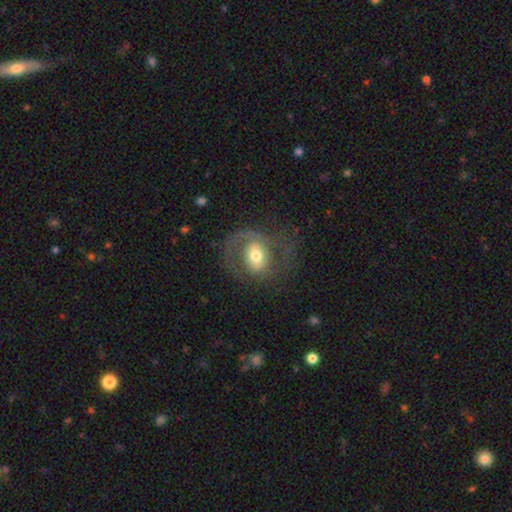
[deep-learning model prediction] The model was most divided on "bar": no: 44%, weak: 36%, strong: 20%. More confident: edge-on disk — no (96%); bulge size — moderate (67%); spiral arms — yes (67%); smooth or featured — featured or disk (63%); merging — none (59%).